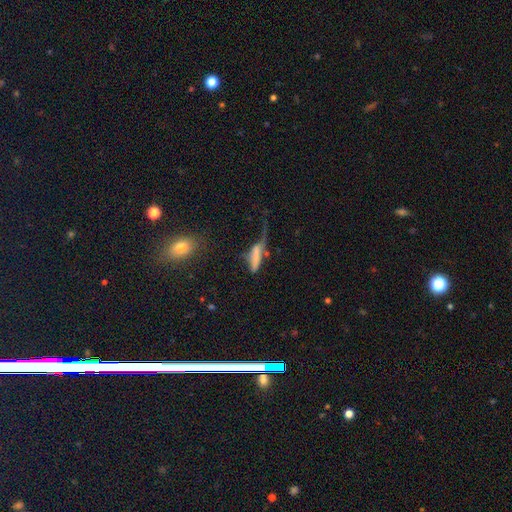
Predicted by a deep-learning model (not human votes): Smooth or featured?
  - smooth: 58% *
  - featured or disk: 31%
  - star or artifact: 11%
How rounded?
  - cigar-shaped: 52% *
  - in between: 44%
  - round: 4%
Merging?
  - major disturbance: 45% *
  - none: 20%
  - minor disturbance: 20%
  - merger: 15%